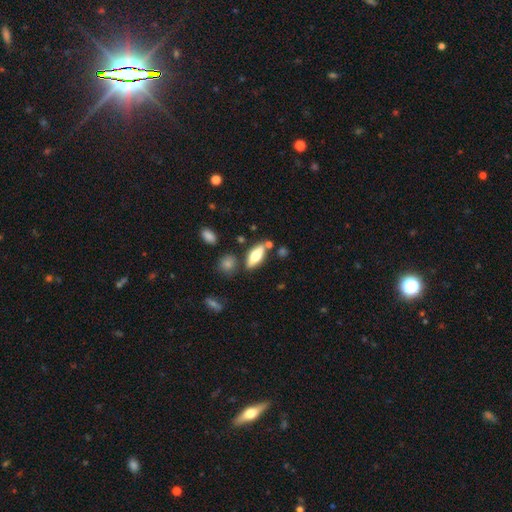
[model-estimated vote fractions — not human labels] A smooth galaxy with no disk features (61%) that is in between round and cigar-shaped (66%). Merging: none (73%).